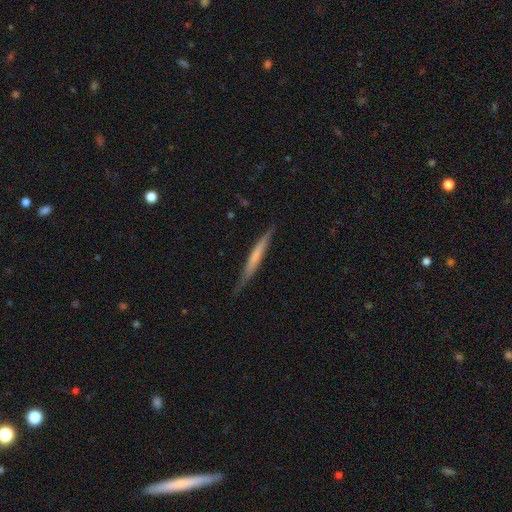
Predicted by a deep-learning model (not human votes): Morphology: type=smooth (49%); merging=none (79%).